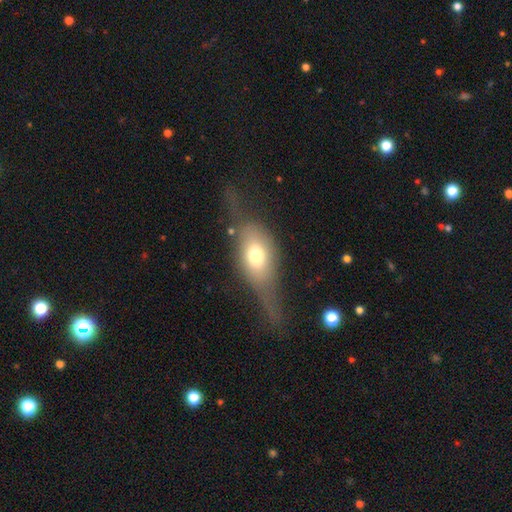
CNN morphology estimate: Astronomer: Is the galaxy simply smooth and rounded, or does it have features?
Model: smooth — 62%.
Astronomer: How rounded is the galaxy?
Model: in between — 79%.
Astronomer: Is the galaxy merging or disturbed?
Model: none — 37% (runner-up: major disturbance, 35%).